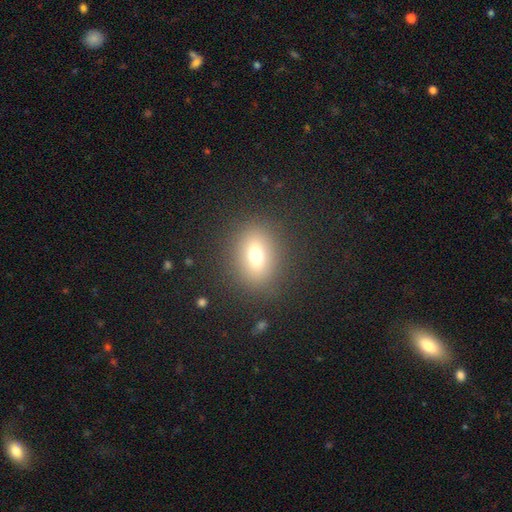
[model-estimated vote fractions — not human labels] Overall: smooth (67%). How rounded: round (52%; in between 46%). Merging: none (85%).